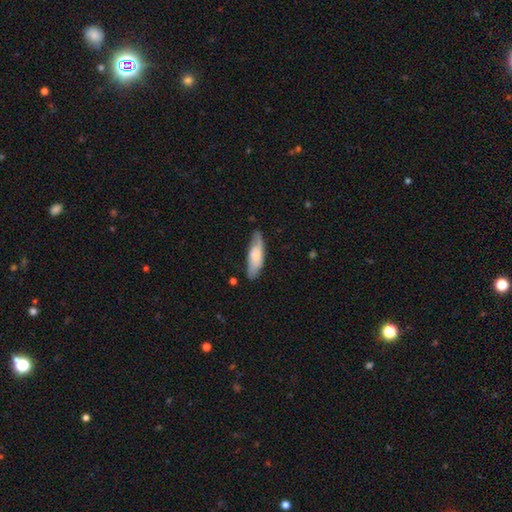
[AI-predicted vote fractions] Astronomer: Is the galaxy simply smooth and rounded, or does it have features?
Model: smooth — 58% (runner-up: featured or disk, 37%).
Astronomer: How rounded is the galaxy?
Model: in between — 54% (runner-up: cigar-shaped, 44%).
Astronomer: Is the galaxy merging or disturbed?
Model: none — 72%.